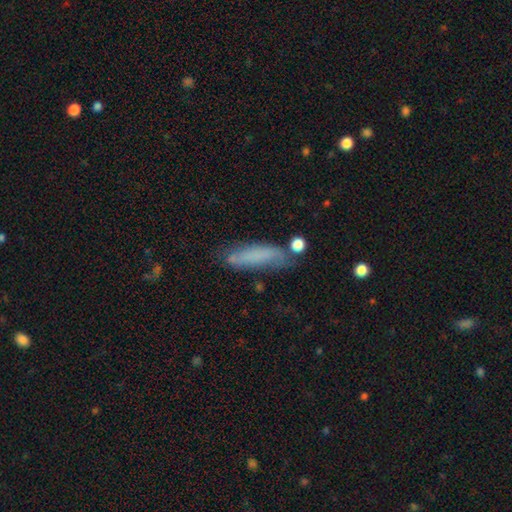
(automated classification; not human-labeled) A smooth galaxy with no disk features (71%) that is cigar-shaped (70%).

Vote fractions:
- Smooth or featured? smooth: 71% / featured or disk: 19% / star or artifact: 10%
- How rounded? cigar-shaped: 70% / in between: 28% / round: 2%
- Merging? none: 64% / minor disturbance: 22% / major disturbance: 8% / merger: 6%